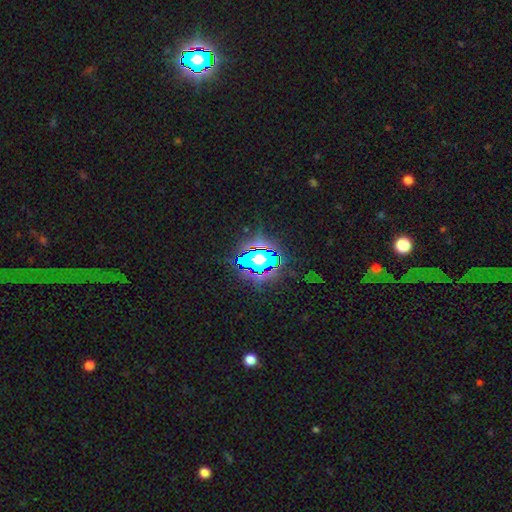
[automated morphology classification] A star or artifact, not a galaxy (69%).

Vote fractions:
- Smooth or featured? star or artifact: 69% / smooth: 20% / featured or disk: 12%